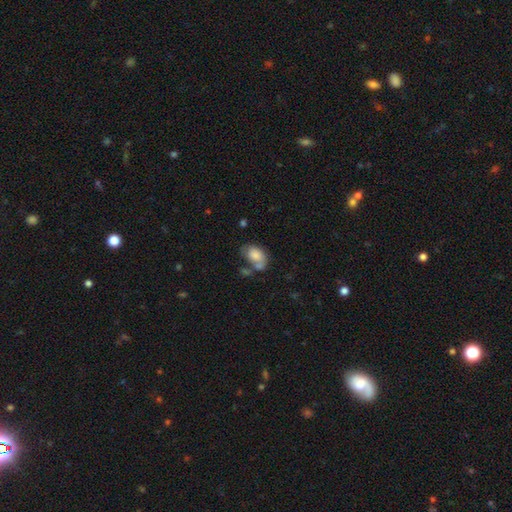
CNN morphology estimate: Q: Smooth or featured?
A: smooth (75%); runner-up: featured or disk (17%)
Q: How rounded?
A: in between (85%); runner-up: round (14%)
Q: Merging?
A: none (32%); runner-up: merger (31%)